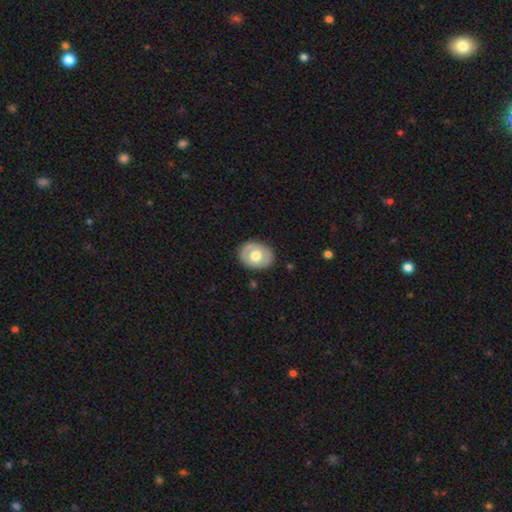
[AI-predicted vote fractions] smooth_or_featured: smooth (p=0.59) [alt: featured or disk p=0.35]
how_rounded: in between (p=0.55) [alt: round p=0.44]
merging: none (p=0.84) [alt: minor disturbance p=0.12]